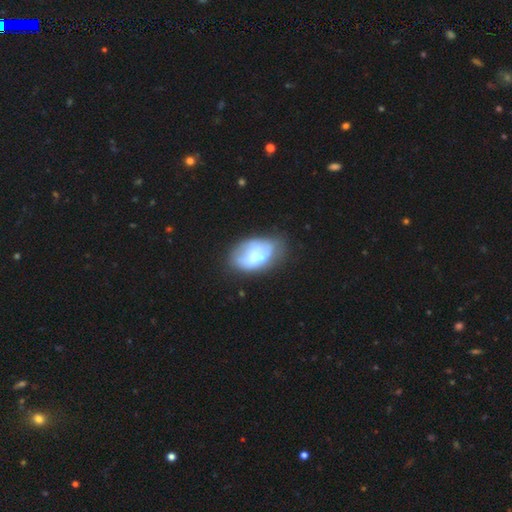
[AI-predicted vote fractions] Smooth or featured? smooth (50%)
How rounded? in between (89%)
Merging? none (39%)